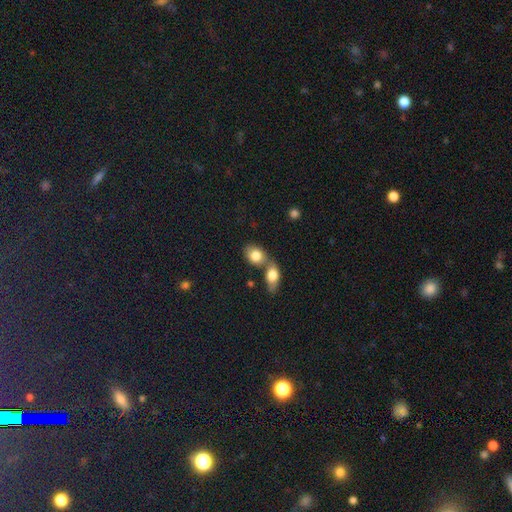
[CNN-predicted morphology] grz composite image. It shows a smooth galaxy with no disk features (82%) that is in between round and cigar-shaped (73%). Merging: merger (60%).